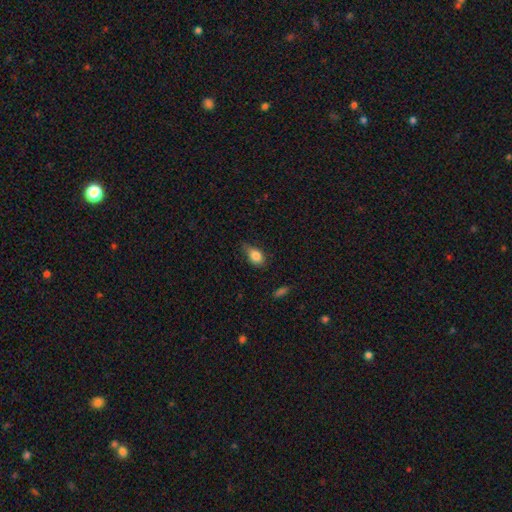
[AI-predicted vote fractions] This is clearly a smooth galaxy (83%). How rounded: likely in between (76%). Merging: possibly none (47%).